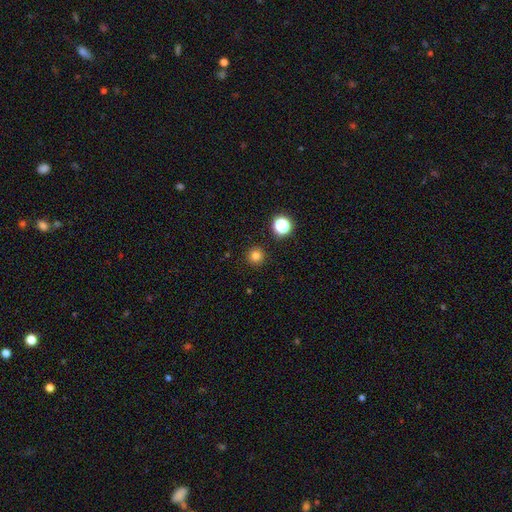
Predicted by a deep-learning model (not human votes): Q: Smooth or featured?
A: smooth (79%); runner-up: star or artifact (15%)
Q: How rounded?
A: round (96%); runner-up: in between (3%)
Q: Merging?
A: none (92%); runner-up: minor disturbance (5%)